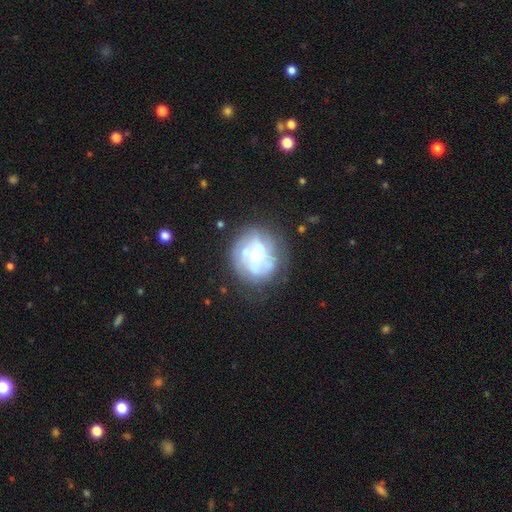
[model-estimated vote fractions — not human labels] featured or disk 58%, smooth 34%, star or artifact 9%. Down the decision tree: edge-on disk — no (97%); bar — no (85%); spiral arms — no (55%); bulge size — small (54%); merging — none (59%).